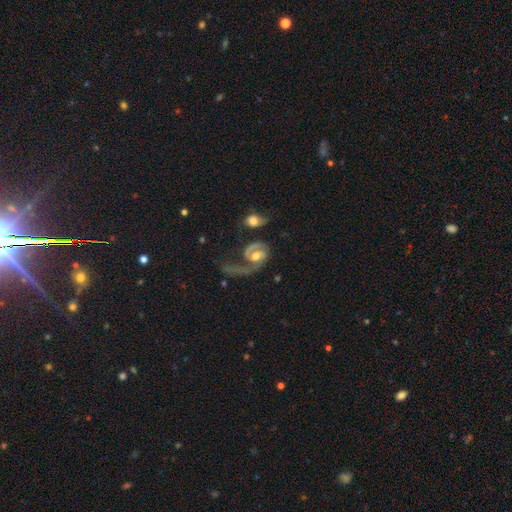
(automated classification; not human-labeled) Smooth or featured? Predicted: featured or disk (p=0.82). Edge-on disk? Predicted: no (p=0.97). Bar? Predicted: no (p=0.52). Spiral arms? Predicted: yes (p=0.94). Spiral winding? Predicted: medium (p=0.41). Spiral arm count? Predicted: 1 (p=0.47). Bulge size? Predicted: moderate (p=0.66). Merging? Predicted: major disturbance (p=0.43).